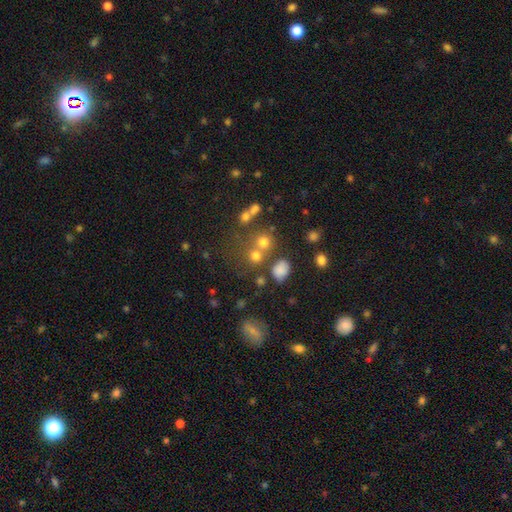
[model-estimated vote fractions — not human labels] The model was most divided on "merging": none: 58%, merger: 26%, minor disturbance: 10%, major disturbance: 5%. More confident: how rounded — round (83%); smooth or featured — smooth (71%).